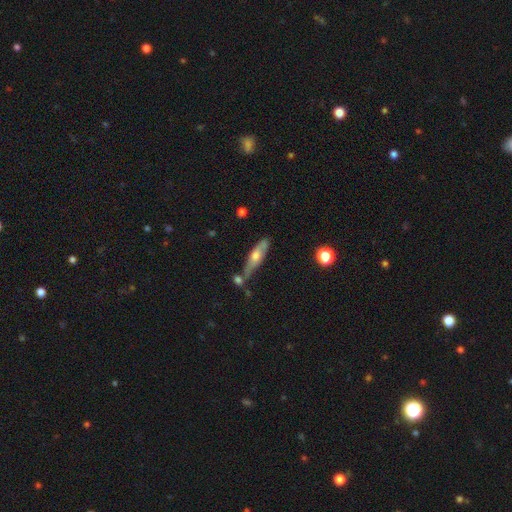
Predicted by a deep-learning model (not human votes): The model was most divided on "smooth or featured": featured or disk: 54%, smooth: 38%, star or artifact: 8%. More confident: edge-on disk — yes (73%); merging — none (61%).